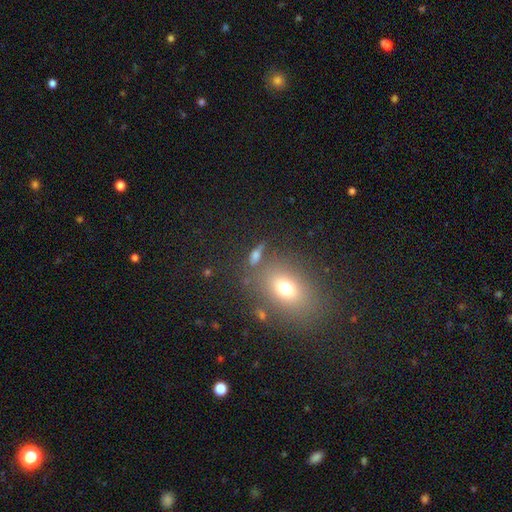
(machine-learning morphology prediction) The model was most divided on "how rounded": in between: 63%, round: 30%, cigar-shaped: 7%. More confident: merging — none (74%); smooth or featured — smooth (62%).